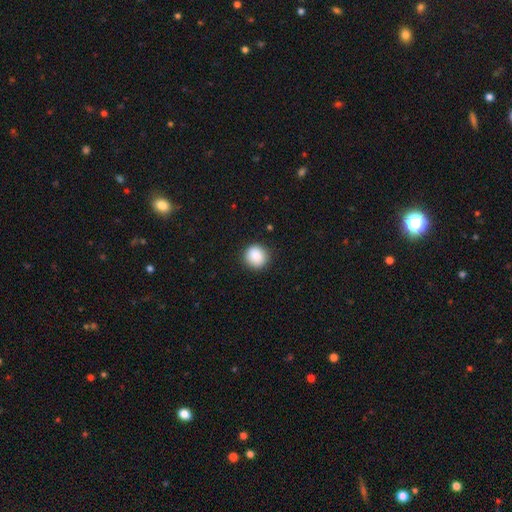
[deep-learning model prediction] The model was most divided on "how rounded": round: 88%, in between: 11%, cigar-shaped: 1%. More confident: merging — none (88%); smooth or featured — smooth (88%).